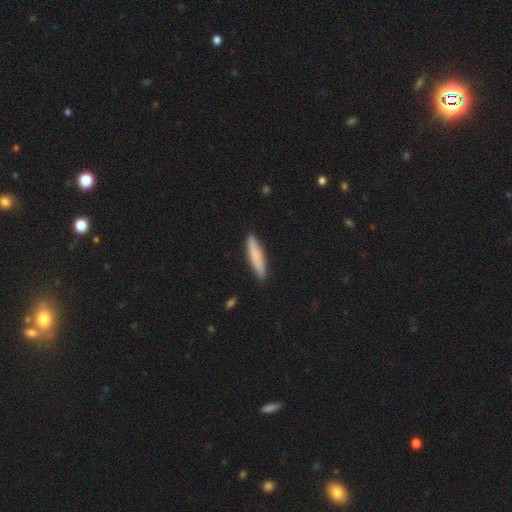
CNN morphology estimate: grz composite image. It shows a smooth galaxy with no disk features (79%) that is cigar-shaped (87%). Merging: none (89%).